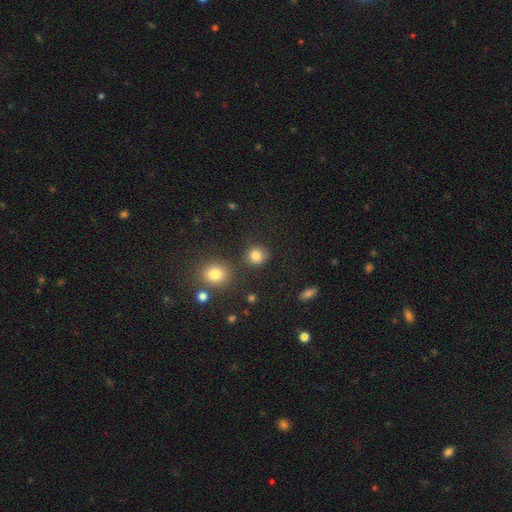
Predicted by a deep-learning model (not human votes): Q: Smooth or featured?
A: smooth (82%); runner-up: star or artifact (12%)
Q: How rounded?
A: round (86%); runner-up: in between (13%)
Q: Merging?
A: none (83%); runner-up: minor disturbance (9%)